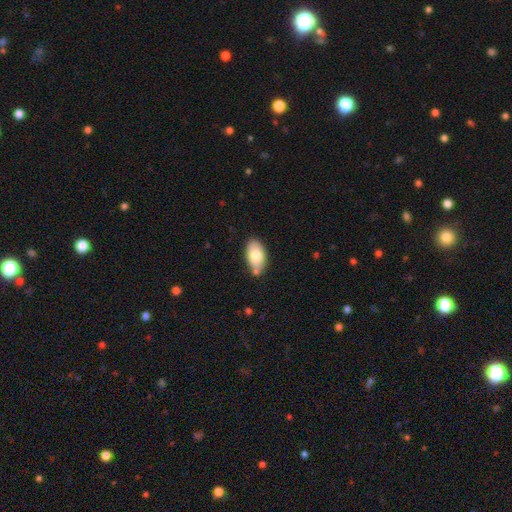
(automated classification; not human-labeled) Morphology: type=smooth (77%); roundness=in between (93%); merging=none (71%).